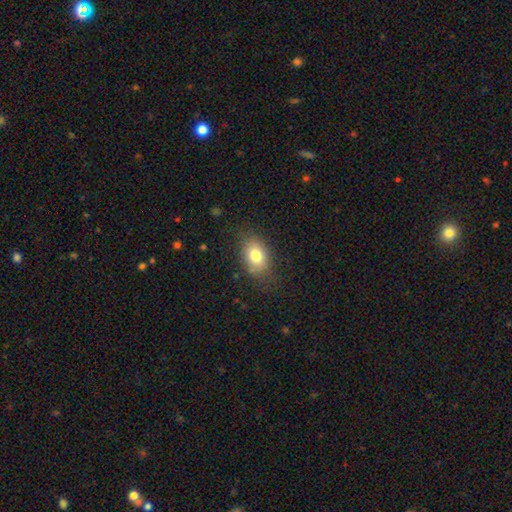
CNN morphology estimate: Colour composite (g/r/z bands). It shows a smooth galaxy with no disk features (77%) that is in between round and cigar-shaped (76%). Merging: none (77%).